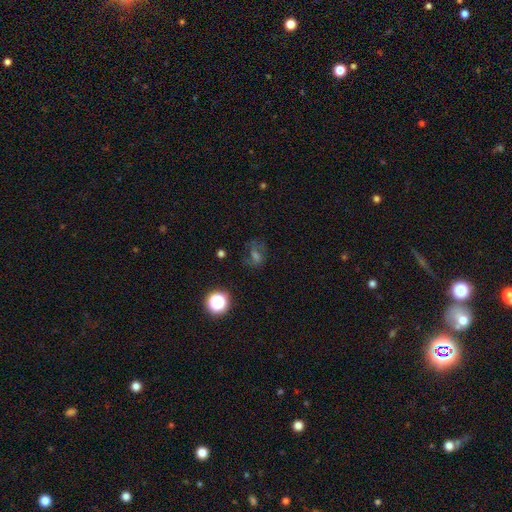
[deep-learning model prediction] Morphology: type=smooth (35%); merging=none (64%).